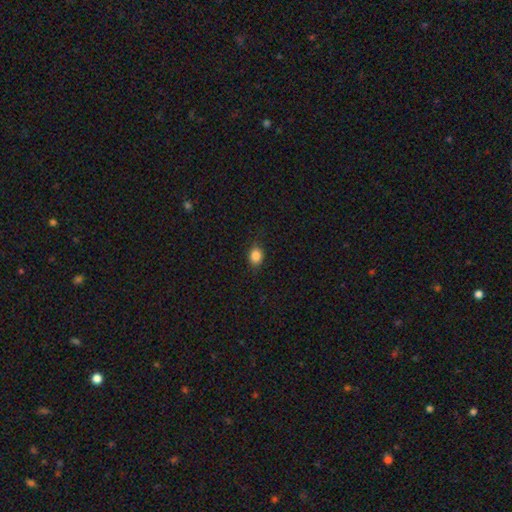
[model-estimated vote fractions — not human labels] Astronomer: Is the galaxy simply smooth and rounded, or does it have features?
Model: smooth — 84%.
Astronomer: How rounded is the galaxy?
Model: round — 51% (runner-up: in between, 48%).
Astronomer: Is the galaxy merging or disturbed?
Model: none — 82%.